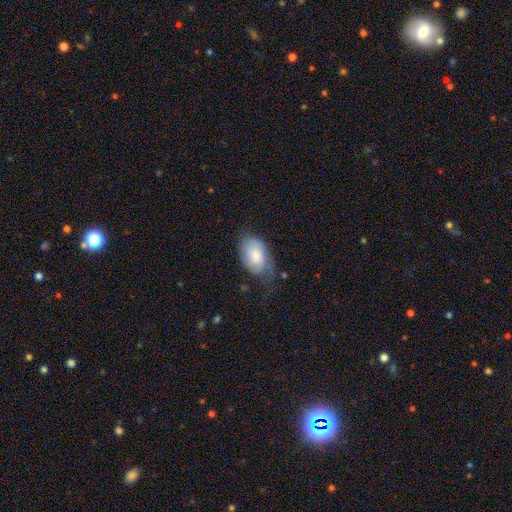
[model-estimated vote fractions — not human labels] smooth_or_featured: smooth (p=0.74) [alt: featured or disk p=0.19]
how_rounded: in between (p=0.90) [alt: round p=0.09]
merging: none (p=0.44) [alt: minor disturbance p=0.35]